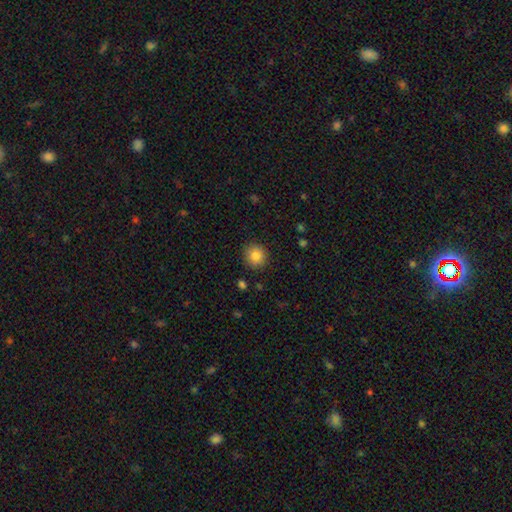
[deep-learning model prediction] The model was most divided on "smooth or featured": smooth: 85%, star or artifact: 10%, featured or disk: 6%. More confident: how rounded — round (91%); merging — none (90%).